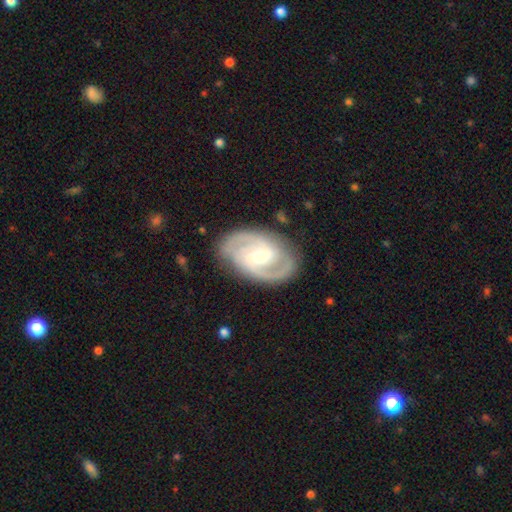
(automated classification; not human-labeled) Smooth or featured: featured or disk — 89% (smooth — 6%)
Edge-on disk: no — 97% (yes — 3%)
Bar: weak — 52% (strong — 27%)
Spiral arms: yes — 98% (no — 2%)
Spiral winding: medium — 48% (tight — 43%)
Spiral arm count: 2 — 80% (3 — 10%)
Bulge size: small — 54% (moderate — 42%)
Merging: none — 82% (minor disturbance — 13%)